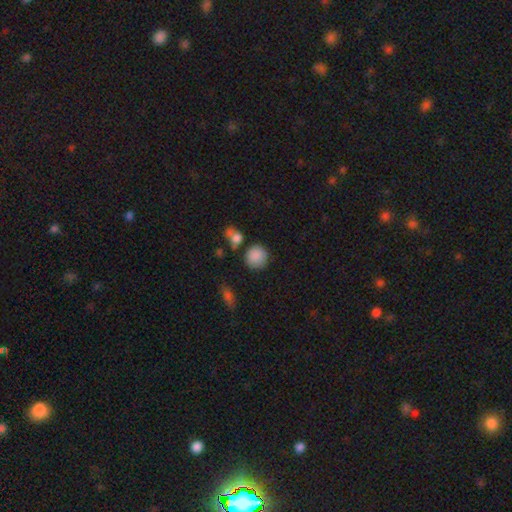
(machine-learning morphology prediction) type=smooth (86%); roundness=round (88%); merging=none (73%).